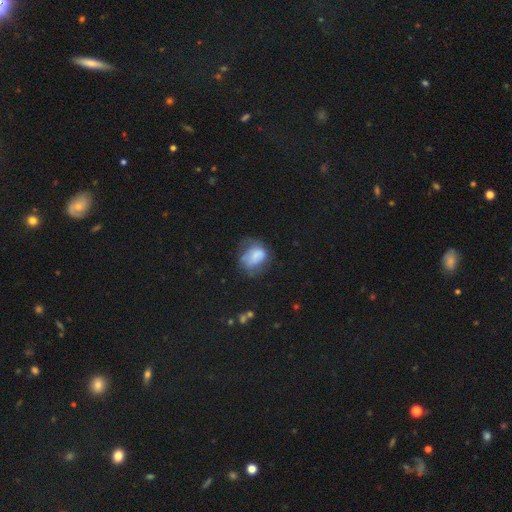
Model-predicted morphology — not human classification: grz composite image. It shows a smooth galaxy with no disk features (63%) that is in between round and cigar-shaped (60%). Merging: none (34%).